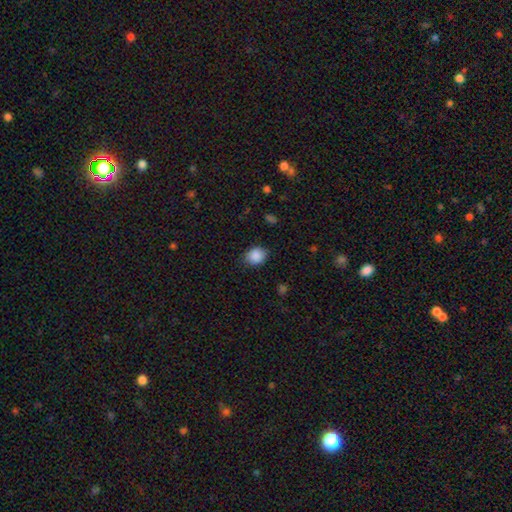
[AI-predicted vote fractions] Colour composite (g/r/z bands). It shows a smooth galaxy with no disk features (88%) that is round (54%). Merging: none (82%).